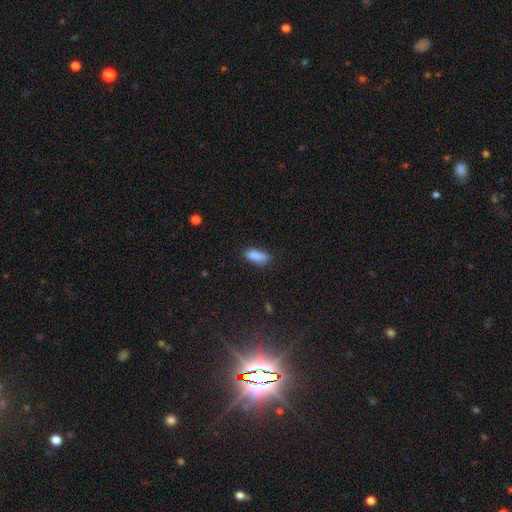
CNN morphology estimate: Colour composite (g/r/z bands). It shows a smooth galaxy with no disk features (86%) that is in between round and cigar-shaped (77%). Merging: none (68%).